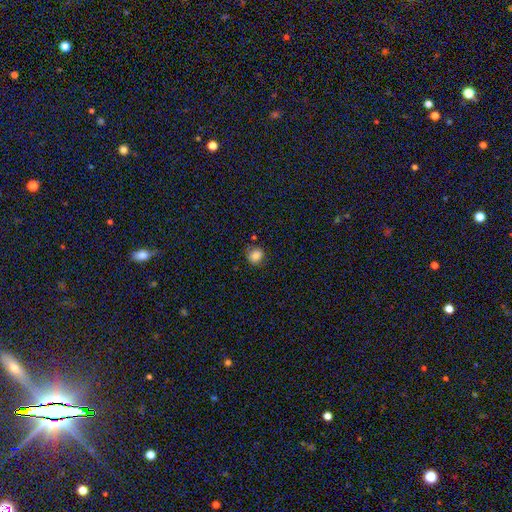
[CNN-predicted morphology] This appears to be a smooth galaxy with no disk features (82%) that is round (82%). Merging: none (81%).